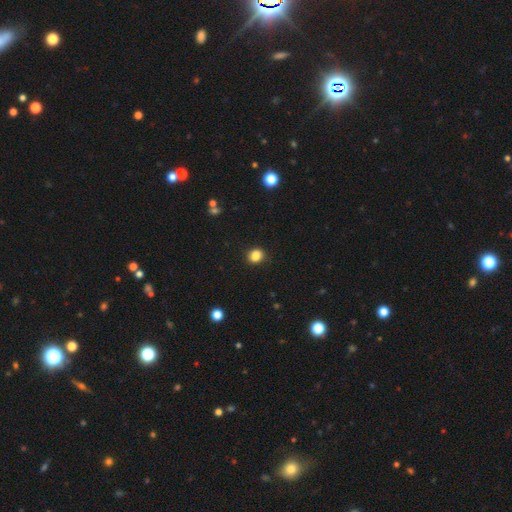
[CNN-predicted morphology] The model was most divided on "how rounded": round: 60%, in between: 39%, cigar-shaped: 1%. More confident: smooth or featured — smooth (85%); merging — none (84%).